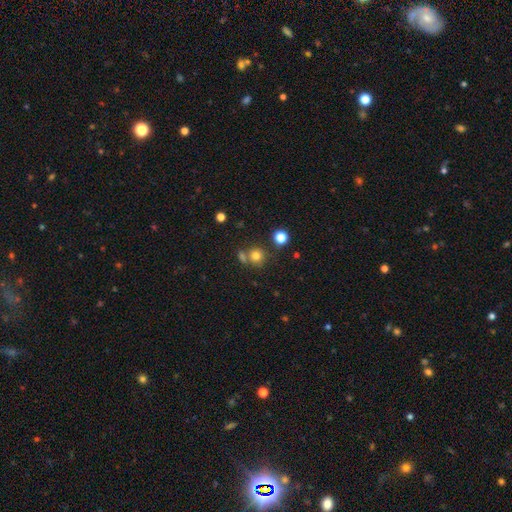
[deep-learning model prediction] Q: Smooth or featured?
A: smooth (77%); runner-up: star or artifact (15%)
Q: How rounded?
A: round (89%); runner-up: in between (10%)
Q: Merging?
A: none (64%); runner-up: merger (22%)